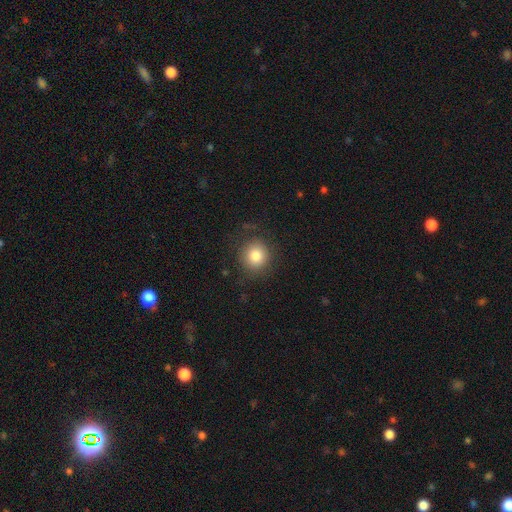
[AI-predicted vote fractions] Smooth or featured: smooth — 82% (star or artifact — 10%)
How rounded: round — 89% (in between — 10%)
Merging: none — 84% (minor disturbance — 11%)